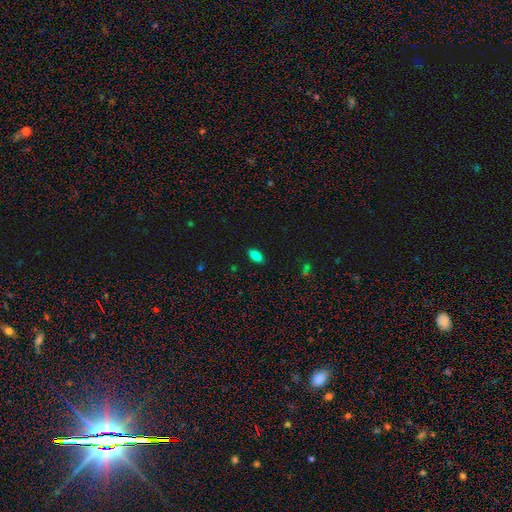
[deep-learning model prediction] smooth_or_featured: smooth (p=0.85) [alt: star or artifact p=0.10]
how_rounded: in between (p=0.92) [alt: cigar-shaped p=0.05]
merging: none (p=0.87) [alt: minor disturbance p=0.09]